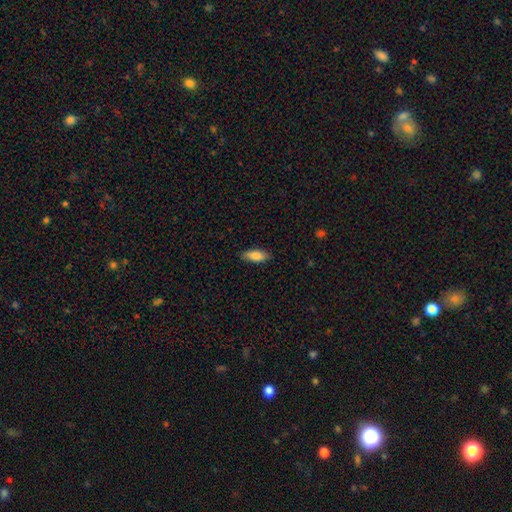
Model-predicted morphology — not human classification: Q: Smooth or featured?
A: smooth (85%); runner-up: featured or disk (9%)
Q: How rounded?
A: in between (74%); runner-up: cigar-shaped (24%)
Q: Merging?
A: none (86%); runner-up: minor disturbance (11%)